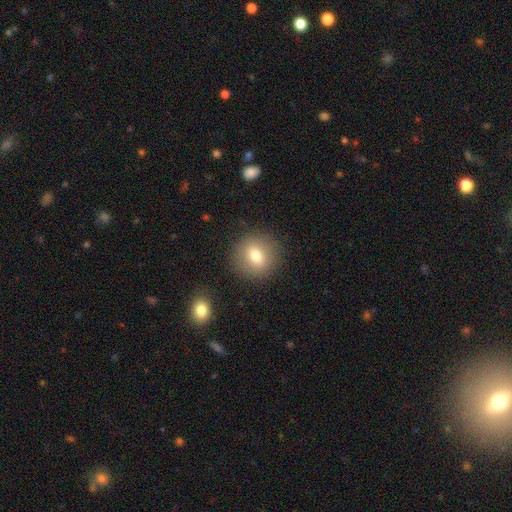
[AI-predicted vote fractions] Q: Smooth or featured?
A: smooth (75%); runner-up: featured or disk (15%)
Q: How rounded?
A: round (82%); runner-up: in between (17%)
Q: Merging?
A: none (88%); runner-up: minor disturbance (8%)